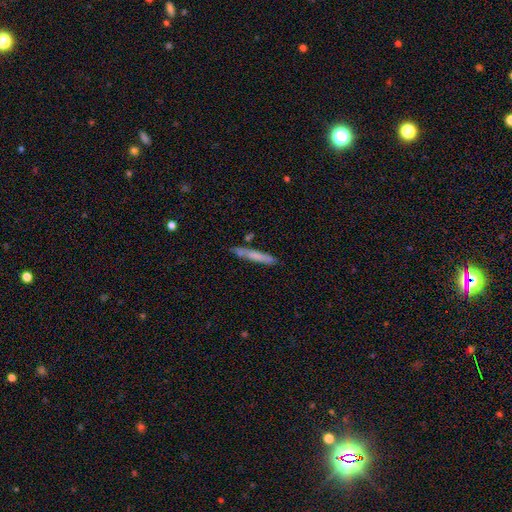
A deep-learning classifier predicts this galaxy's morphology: Smooth or featured?
  - smooth: 65% *
  - featured or disk: 28%
  - star or artifact: 7%
How rounded?
  - cigar-shaped: 95% *
  - in between: 4%
  - round: 1%
Merging?
  - none: 78% *
  - minor disturbance: 14%
  - merger: 5%
  - major disturbance: 3%